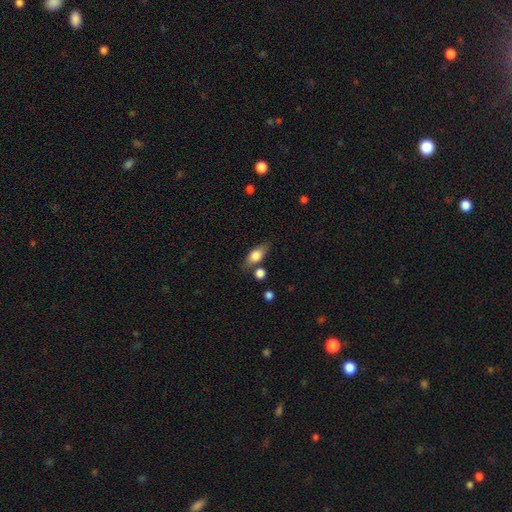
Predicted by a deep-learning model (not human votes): A smooth galaxy with no disk features (74%) that is in between round and cigar-shaped (79%).

Vote fractions:
- Smooth or featured? smooth: 74% / featured or disk: 19% / star or artifact: 7%
- How rounded? in between: 79% / cigar-shaped: 13% / round: 8%
- Merging? none: 71% / minor disturbance: 15% / merger: 10% / major disturbance: 4%